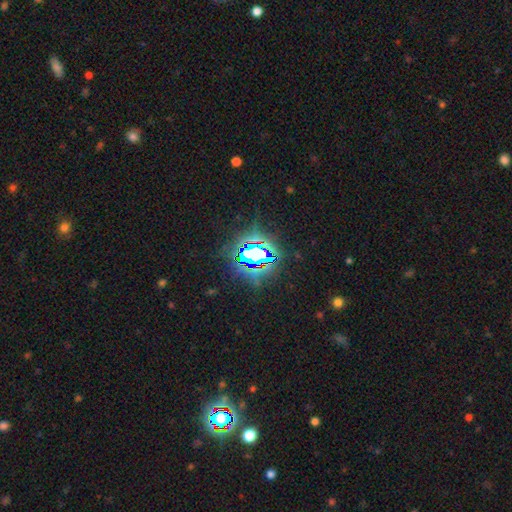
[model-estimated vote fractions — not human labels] This appears to be a star or artifact, not a galaxy (79%).